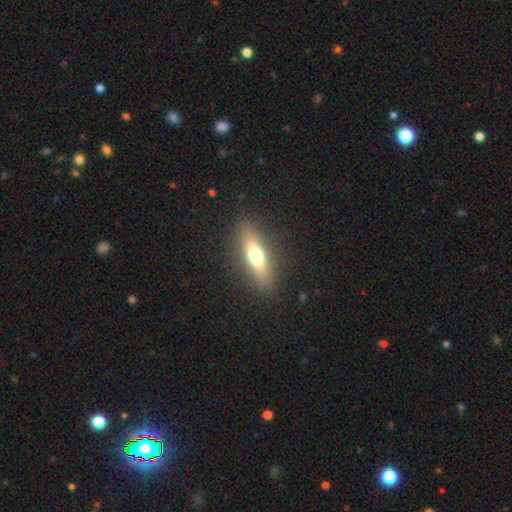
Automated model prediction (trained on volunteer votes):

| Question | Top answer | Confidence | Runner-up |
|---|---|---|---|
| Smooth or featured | smooth | 57% | featured or disk (35%) |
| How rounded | cigar-shaped | 56% | in between (40%) |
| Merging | none | 88% | minor disturbance (8%) |